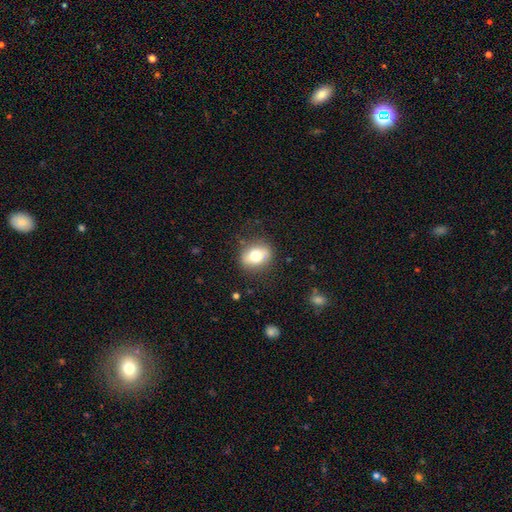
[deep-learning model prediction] Morphology: type=smooth (72%); roundness=in between (59%); merging=none (82%).